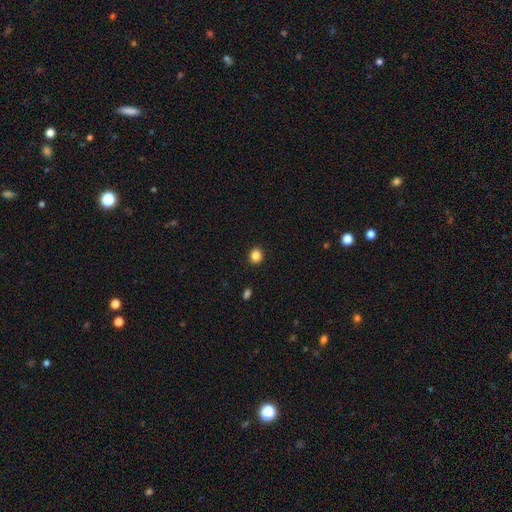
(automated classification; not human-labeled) Q: Smooth or featured?
A: smooth (85%); runner-up: star or artifact (11%)
Q: How rounded?
A: round (70%); runner-up: in between (29%)
Q: Merging?
A: none (91%); runner-up: minor disturbance (6%)